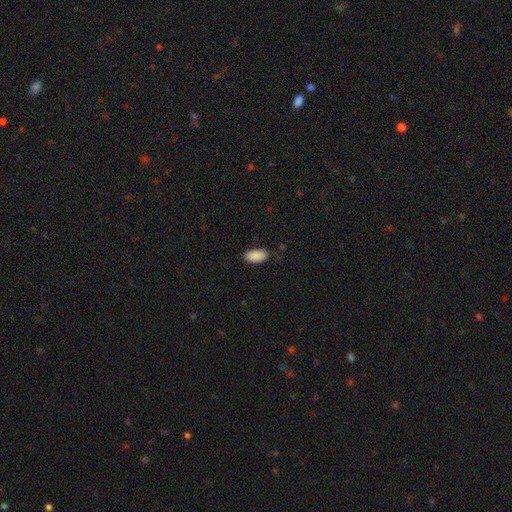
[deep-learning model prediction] A smooth galaxy with no disk features (90%) that is in between round and cigar-shaped (94%).

Vote fractions:
- Smooth or featured? smooth: 90% / star or artifact: 7% / featured or disk: 3%
- How rounded? in between: 94% / cigar-shaped: 4% / round: 2%
- Merging? none: 80% / minor disturbance: 15% / major disturbance: 3% / merger: 1%